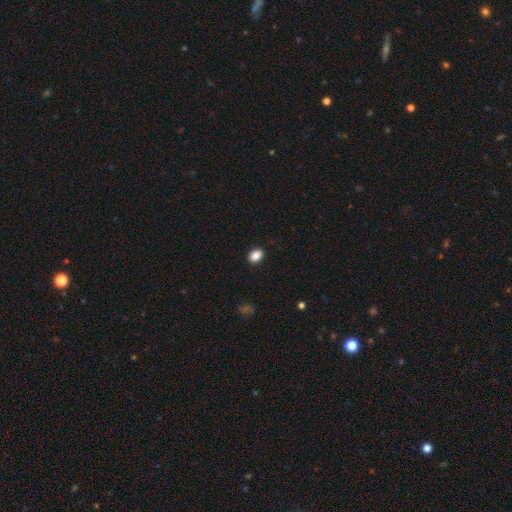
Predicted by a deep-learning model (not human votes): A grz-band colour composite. It shows a smooth galaxy with no disk features (88%) that is in between round and cigar-shaped (73%). Merging: none (90%).